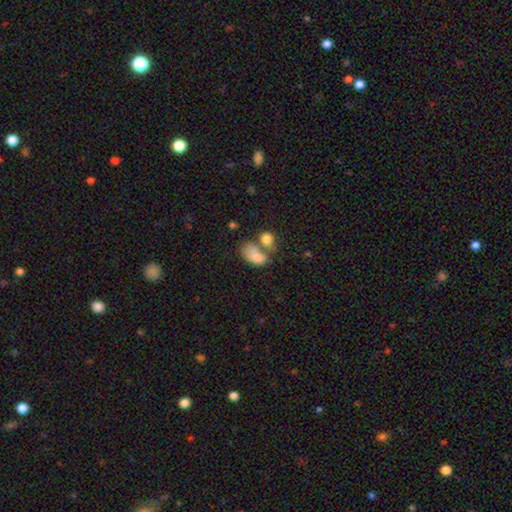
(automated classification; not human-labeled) Smooth or featured: smooth — 79% (featured or disk — 13%)
How rounded: in between — 89% (round — 9%)
Merging: merger — 50% (none — 23%)